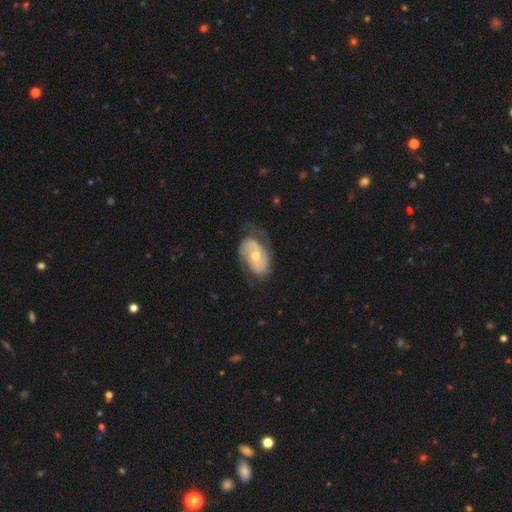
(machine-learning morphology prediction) Q: Smooth or featured?
A: featured or disk (66%); runner-up: smooth (28%)
Q: Edge-on disk?
A: no (94%); runner-up: yes (6%)
Q: Bar?
A: no (71%); runner-up: weak (22%)
Q: Spiral arms?
A: yes (81%); runner-up: no (19%)
Q: Spiral winding?
A: tight (38%); tied with: medium (38%)
Q: Spiral arm count?
A: 2 (64%); runner-up: can't tell (21%)
Q: Bulge size?
A: moderate (53%); runner-up: small (42%)
Q: Merging?
A: none (54%); runner-up: minor disturbance (26%)